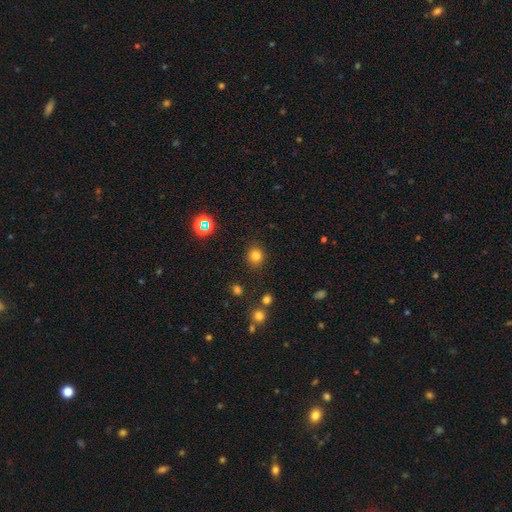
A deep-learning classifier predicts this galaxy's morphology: Smooth or featured: smooth — 79% (star or artifact — 16%)
How rounded: round — 89% (in between — 10%)
Merging: none — 88% (minor disturbance — 7%)